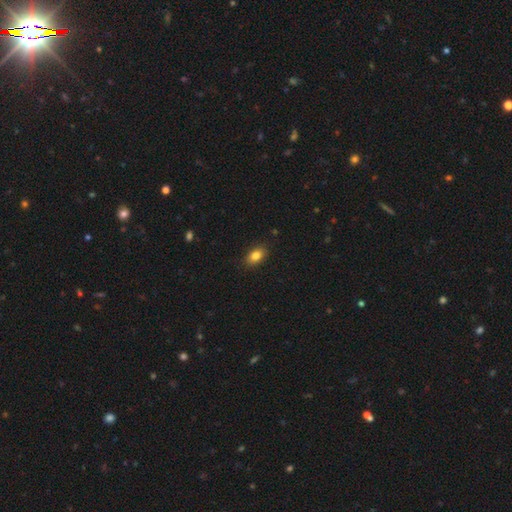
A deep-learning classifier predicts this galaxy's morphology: Smooth or featured? smooth (84%)
How rounded? in between (86%)
Merging? none (87%)